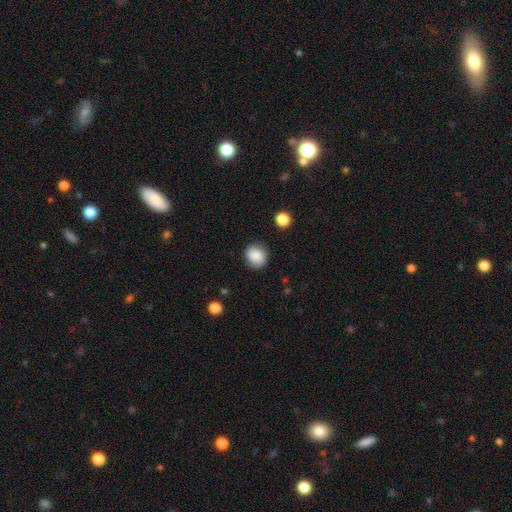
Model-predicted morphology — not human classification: This is clearly a smooth galaxy (82%). How rounded: likely round (79%). Merging: clearly none (81%).